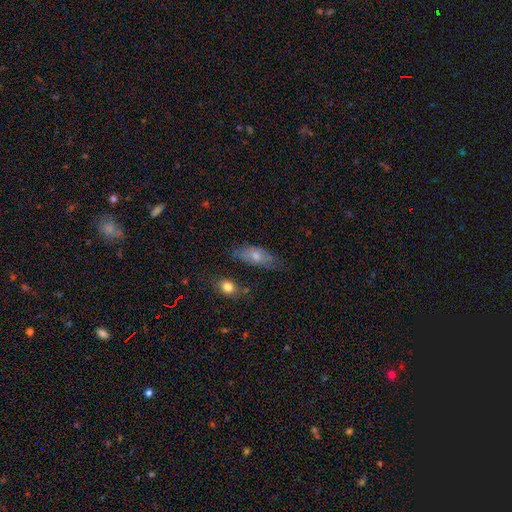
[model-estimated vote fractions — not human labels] Smooth or featured: smooth — 50% (featured or disk — 38%)
How rounded: in between — 66% (cigar-shaped — 29%)
Merging: none — 65% (minor disturbance — 24%)